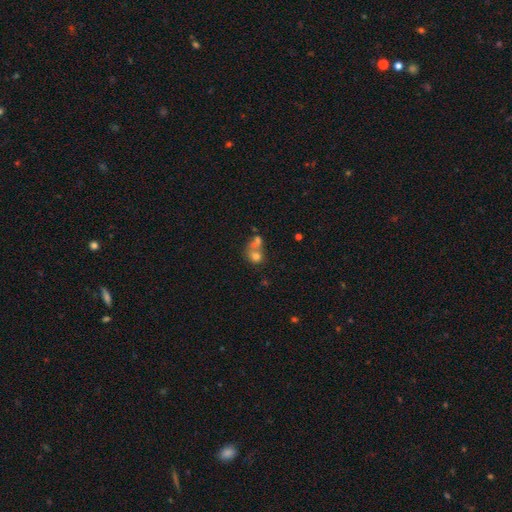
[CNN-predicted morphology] The model was most divided on "how rounded": round: 66%, in between: 33%, cigar-shaped: 1%. More confident: smooth or featured — smooth (68%); merging — merger (62%).